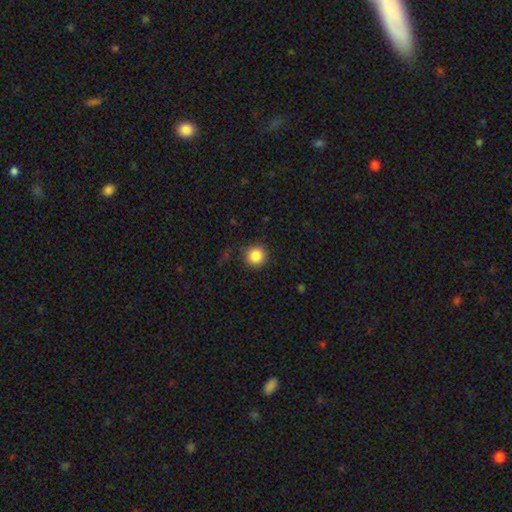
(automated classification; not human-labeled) Smooth or featured? Predicted: smooth (p=0.86). How rounded? Predicted: round (p=0.94). Merging? Predicted: none (p=0.87).